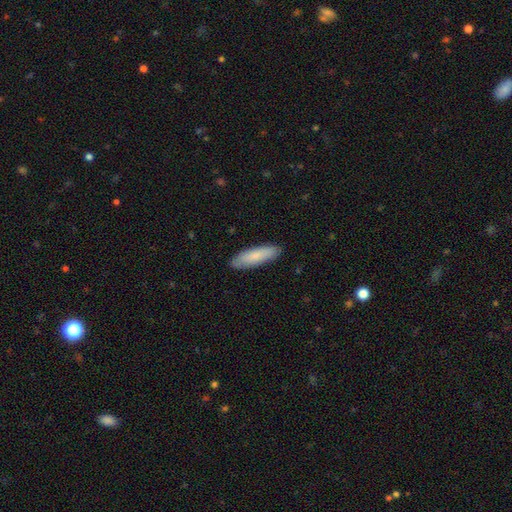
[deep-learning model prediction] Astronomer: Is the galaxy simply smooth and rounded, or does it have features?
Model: smooth — 83%.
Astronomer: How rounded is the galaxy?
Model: cigar-shaped — 63%.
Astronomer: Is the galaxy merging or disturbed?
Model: none — 89%.